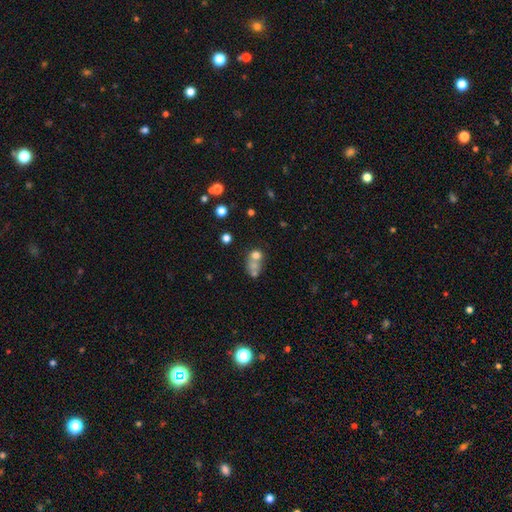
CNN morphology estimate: type=smooth (64%); roundness=round (65%); merging=merger (58%).